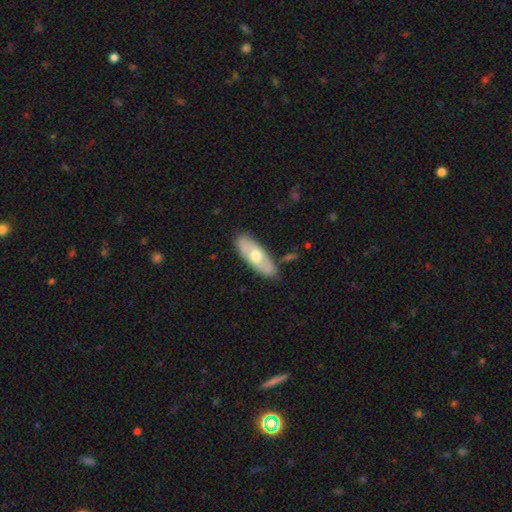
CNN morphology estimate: smooth 50%, featured or disk 45%, star or artifact 5%. Down the decision tree: merging — none (83%).